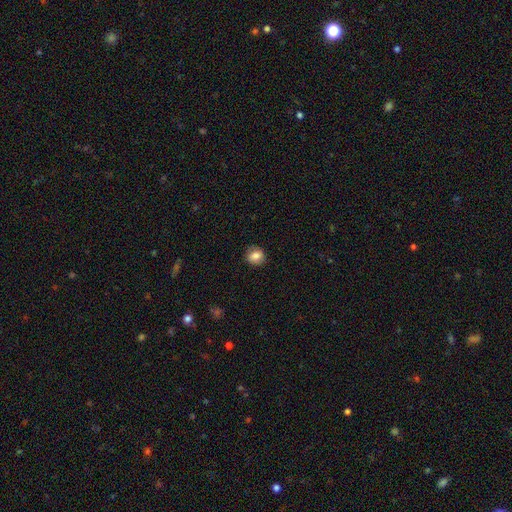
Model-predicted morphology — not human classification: Smooth or featured: smooth — 79% (featured or disk — 12%)
How rounded: round — 71% (in between — 28%)
Merging: none — 85% (minor disturbance — 11%)